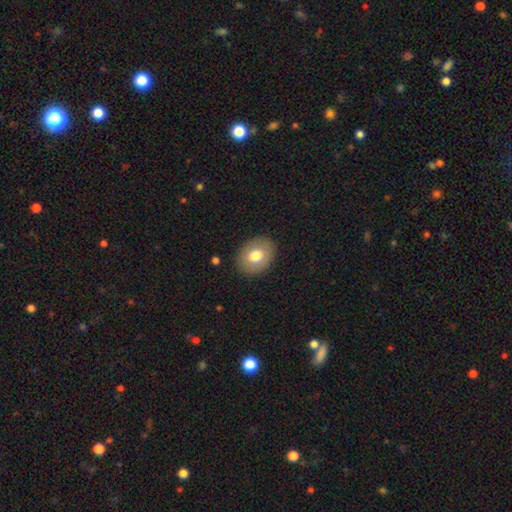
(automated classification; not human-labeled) This appears to be a smooth galaxy with no disk features (73%) that is in between round and cigar-shaped (58%). Merging: none (87%).